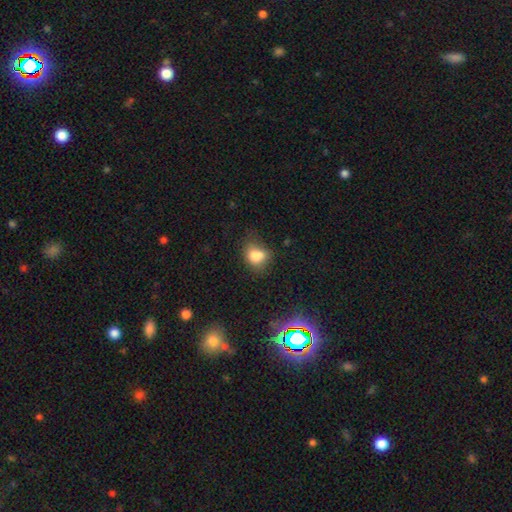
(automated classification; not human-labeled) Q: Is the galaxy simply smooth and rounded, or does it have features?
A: smooth — 77%.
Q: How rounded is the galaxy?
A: in between — 56%.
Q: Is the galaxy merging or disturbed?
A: none — 42%.